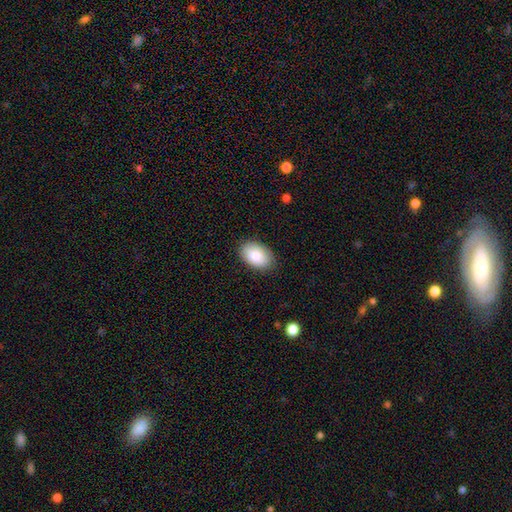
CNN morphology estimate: smooth 88%, featured or disk 6%, star or artifact 6%. Down the decision tree: how rounded — in between (91%); merging — none (86%).